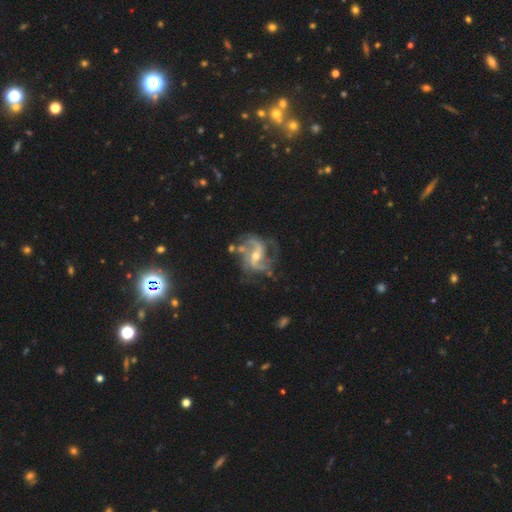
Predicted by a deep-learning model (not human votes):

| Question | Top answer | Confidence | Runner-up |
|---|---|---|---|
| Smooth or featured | featured or disk | 90% | star or artifact (6%) |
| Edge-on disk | no | 98% | yes (2%) |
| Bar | weak | 45% | no (28%) |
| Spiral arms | yes | 97% | no (3%) |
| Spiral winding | medium | 49% | loose (34%) |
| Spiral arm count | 2 | 68% | 3 (15%) |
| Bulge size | moderate | 54% | small (43%) |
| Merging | none | 61% | minor disturbance (21%) |